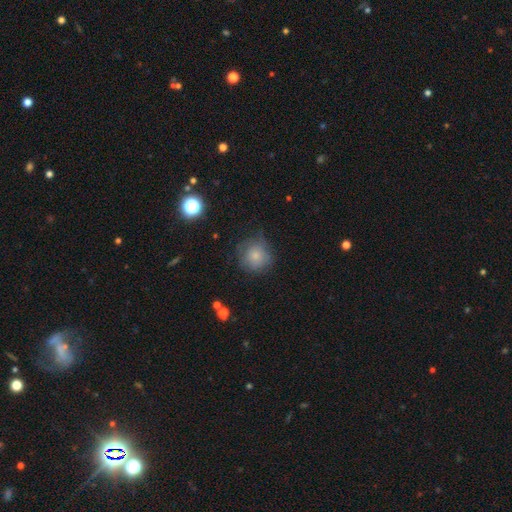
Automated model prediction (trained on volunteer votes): This is likely a smooth galaxy (76%). How rounded: clearly round (91%). Merging: likely none (63%).